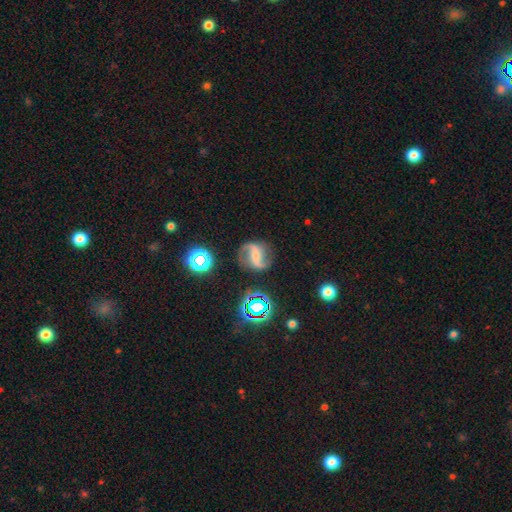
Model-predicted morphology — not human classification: Smooth or featured? Predicted: featured or disk (p=0.80). Edge-on disk? Predicted: no (p=0.97). Bar? Predicted: strong (p=0.49). Spiral arms? Predicted: yes (p=0.95). Spiral winding? Predicted: loose (p=0.62). Spiral arm count? Predicted: 2 (p=0.91). Bulge size? Predicted: small (p=0.45). Merging? Predicted: none (p=0.76).